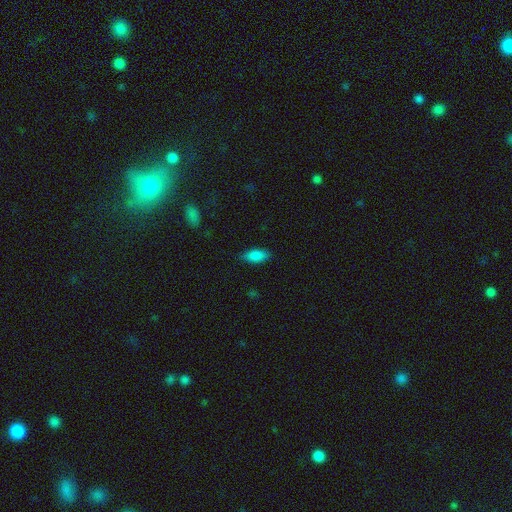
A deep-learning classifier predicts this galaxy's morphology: Smooth or featured? Predicted: smooth (p=0.85). How rounded? Predicted: in between (p=0.84). Merging? Predicted: none (p=0.83).